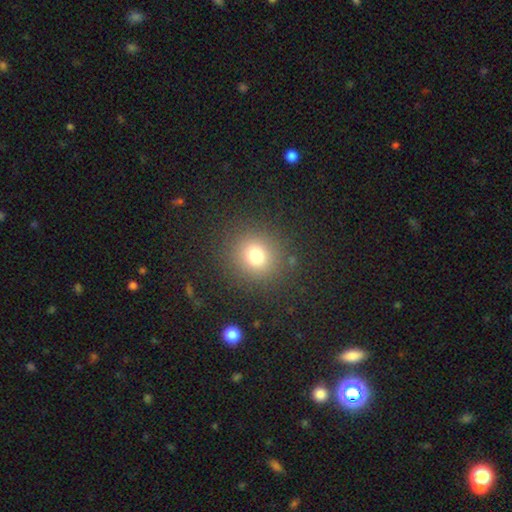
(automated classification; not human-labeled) Smooth or featured? smooth (75%)
How rounded? round (87%)
Merging? none (88%)